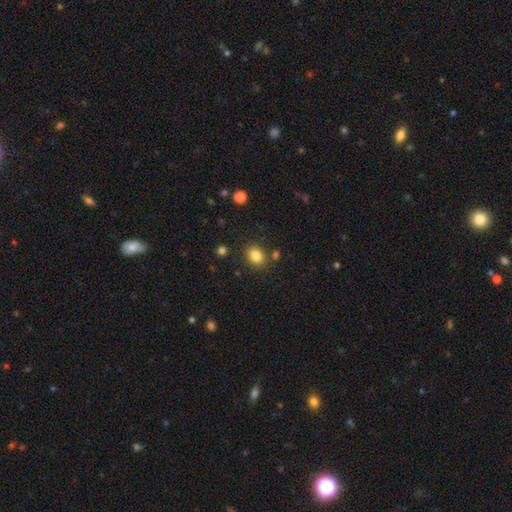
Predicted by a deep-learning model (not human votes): Smooth or featured?
  - smooth: 84% *
  - star or artifact: 10%
  - featured or disk: 6%
How rounded?
  - in between: 56% *
  - round: 43%
  - cigar-shaped: 1%
Merging?
  - none: 82% *
  - minor disturbance: 10%
  - merger: 5%
  - major disturbance: 3%